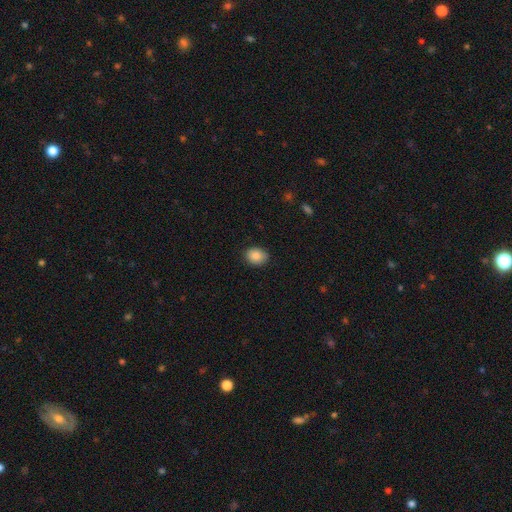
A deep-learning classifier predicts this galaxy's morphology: Overall: smooth (88%). How rounded: in between (58%; round 41%). Merging: none (86%).